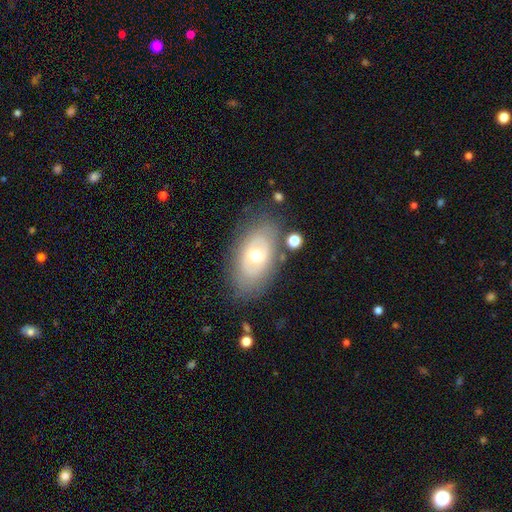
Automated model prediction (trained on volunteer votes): The model was most divided on "smooth or featured": featured or disk: 59%, smooth: 34%, star or artifact: 7%. More confident: edge-on disk — no (91%); bar — no (76%); merging — none (76%); bulge size — moderate (68%); spiral arms — no (67%).